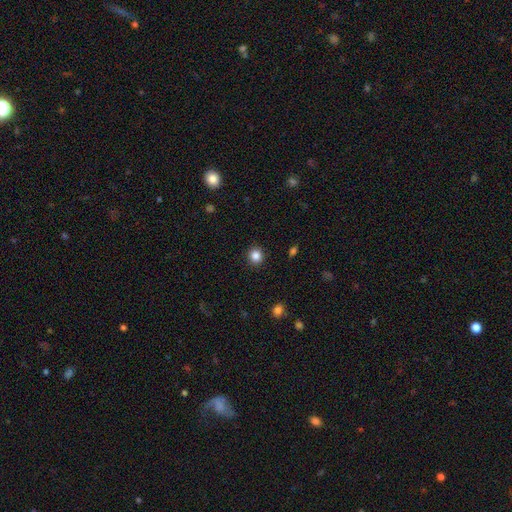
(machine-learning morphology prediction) Smooth or featured: smooth — 85% (star or artifact — 11%)
How rounded: round — 88% (in between — 11%)
Merging: none — 91% (minor disturbance — 6%)